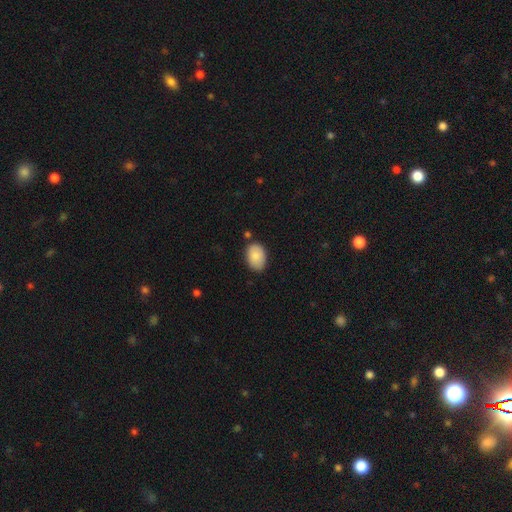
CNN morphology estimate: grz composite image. It shows a smooth galaxy with no disk features (87%) that is in between round and cigar-shaped (86%). Merging: none (79%).